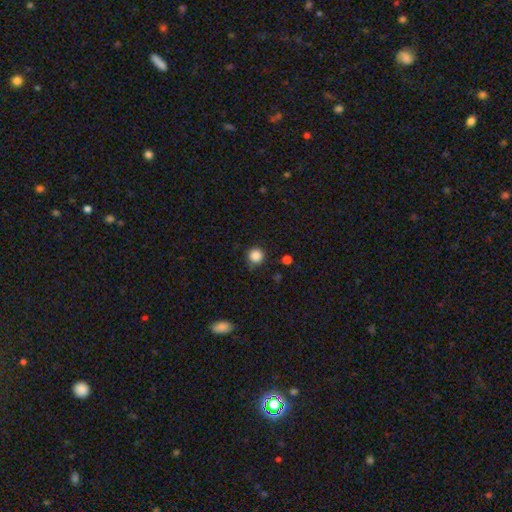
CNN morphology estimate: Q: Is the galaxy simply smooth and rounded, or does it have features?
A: smooth — 86%.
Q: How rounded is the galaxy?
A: round — 95%.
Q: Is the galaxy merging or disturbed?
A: none — 82%.